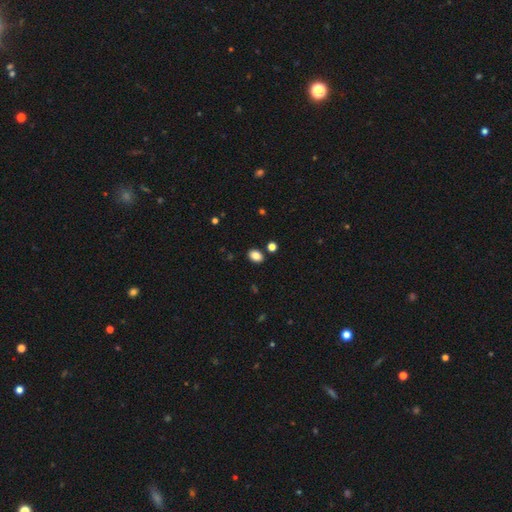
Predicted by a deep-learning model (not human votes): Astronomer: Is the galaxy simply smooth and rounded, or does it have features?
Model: smooth — 85%.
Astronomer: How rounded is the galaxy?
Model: in between — 77%.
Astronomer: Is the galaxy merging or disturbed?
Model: none — 86%.